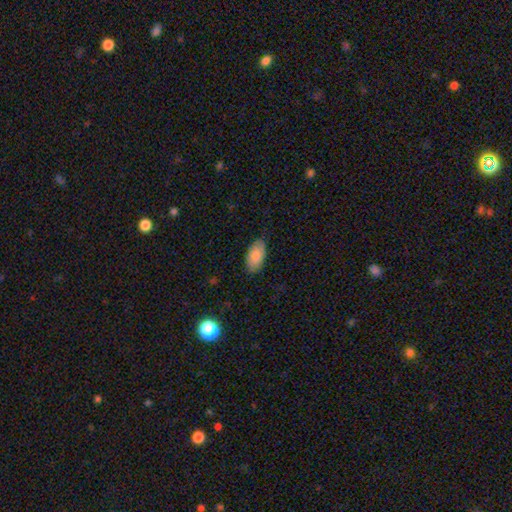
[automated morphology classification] This appears to be a smooth galaxy with no disk features (85%) that is in between round and cigar-shaped (95%). Merging: none (84%).